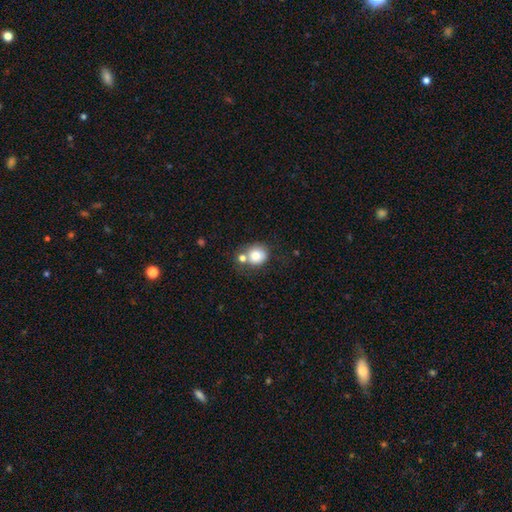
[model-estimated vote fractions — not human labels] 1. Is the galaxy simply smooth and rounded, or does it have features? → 79% smooth, 11% featured or disk, 10% star or artifact.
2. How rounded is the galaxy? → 79% round, 20% in between, 1% cigar-shaped.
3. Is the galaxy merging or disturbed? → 50% none, 30% merger, 14% minor disturbance, 6% major disturbance.